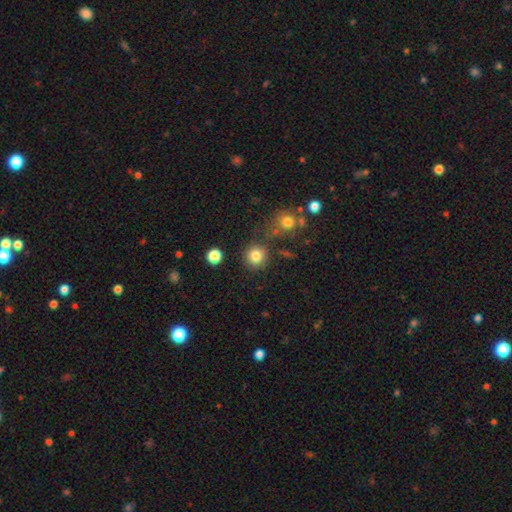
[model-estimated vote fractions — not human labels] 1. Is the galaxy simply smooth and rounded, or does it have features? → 82% smooth, 12% star or artifact, 6% featured or disk.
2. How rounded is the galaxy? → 92% round, 7% in between, 1% cigar-shaped.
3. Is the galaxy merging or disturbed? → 79% none, 9% minor disturbance, 7% merger, 4% major disturbance.